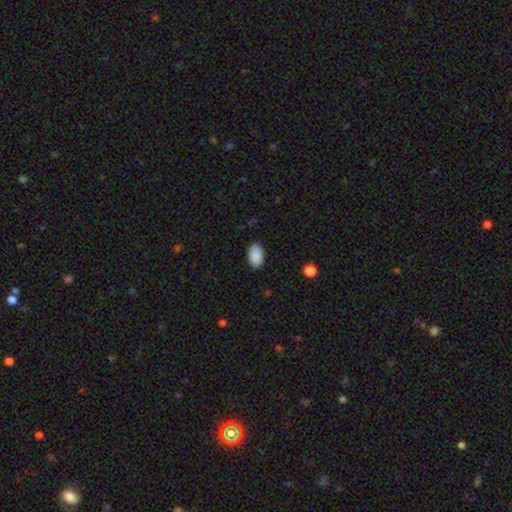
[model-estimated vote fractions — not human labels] smooth 90%, star or artifact 7%, featured or disk 3%. Down the decision tree: how rounded — in between (92%); merging — none (87%).